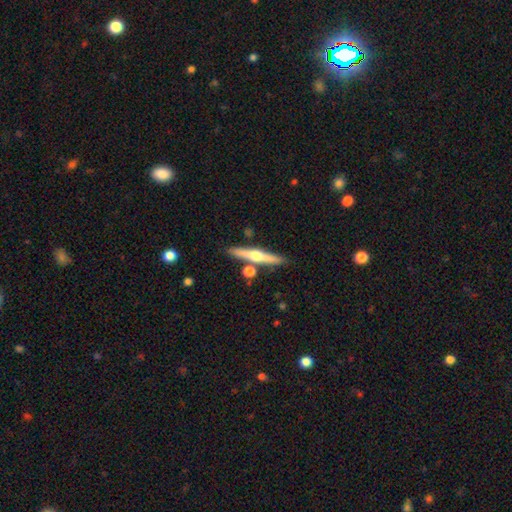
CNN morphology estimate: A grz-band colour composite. It shows a featured or disk galaxy (64%) viewed edge-on (97%) with a rounded central bulge (92%). Merging: none (83%).